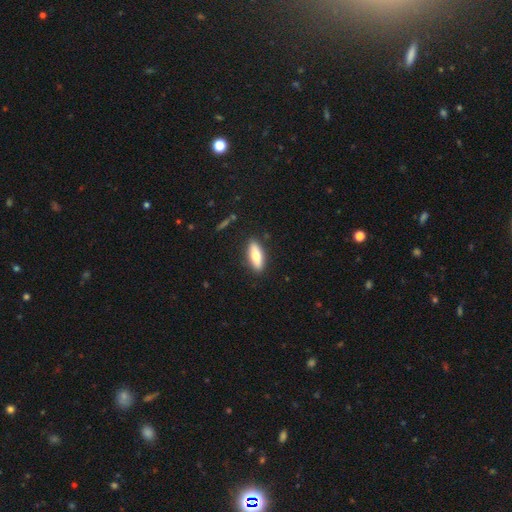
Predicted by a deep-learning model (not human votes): smooth 66%, featured or disk 28%, star or artifact 6%. Down the decision tree: how rounded — in between (62%); merging — none (88%).